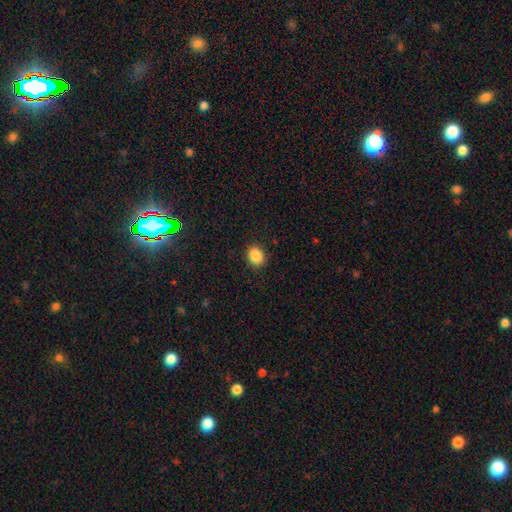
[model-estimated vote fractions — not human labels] A smooth galaxy with no disk features (87%) that is round (52%). Merging: none (90%).